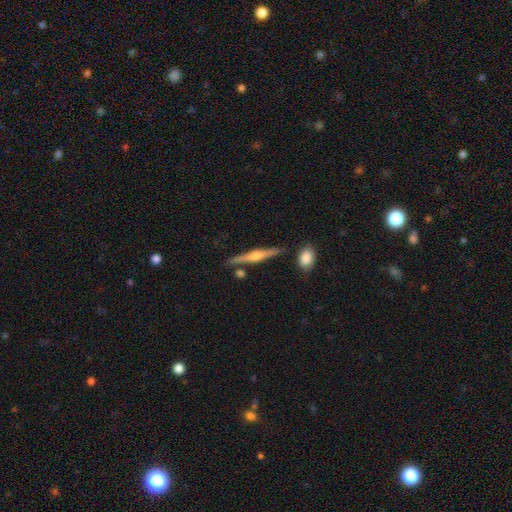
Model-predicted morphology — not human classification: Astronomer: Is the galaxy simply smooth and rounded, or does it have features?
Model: featured or disk — 77%.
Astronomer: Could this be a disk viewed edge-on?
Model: yes — 98%.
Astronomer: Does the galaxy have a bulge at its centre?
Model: rounded — 90%.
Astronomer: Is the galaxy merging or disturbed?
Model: none — 84%.